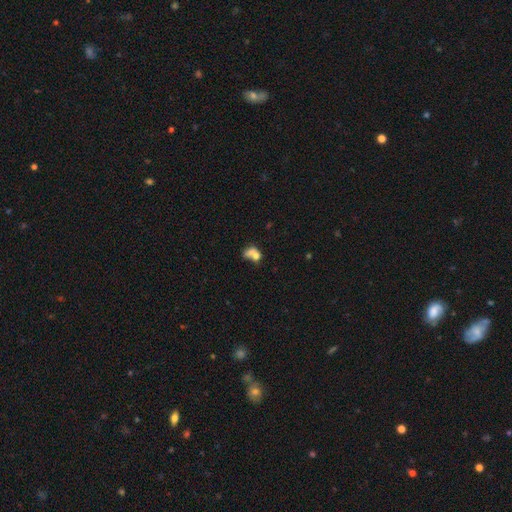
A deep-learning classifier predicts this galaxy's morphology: A smooth galaxy with no disk features (66%) that is in between round and cigar-shaped (59%). Merging: merger (55%).